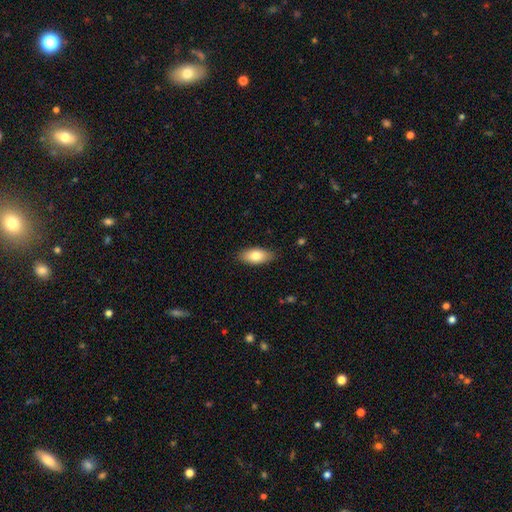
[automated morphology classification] This appears to be a smooth galaxy with no disk features (79%) that is in between round and cigar-shaped (89%). Merging: none (86%).